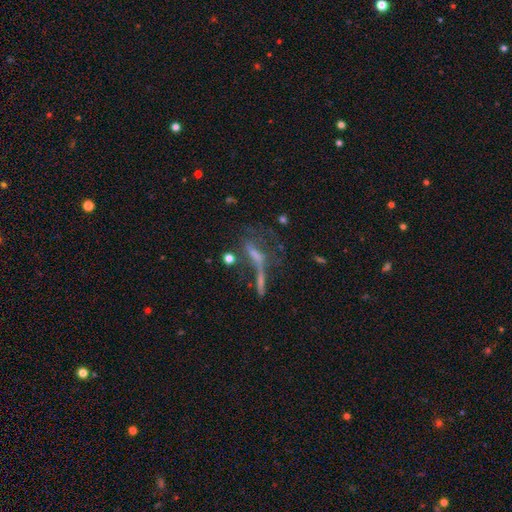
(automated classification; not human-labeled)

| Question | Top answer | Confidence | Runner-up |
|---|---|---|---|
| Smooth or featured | featured or disk | 52% | smooth (26%) |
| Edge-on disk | no | 63% | yes (37%) |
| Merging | major disturbance | 32% | none (30%) |